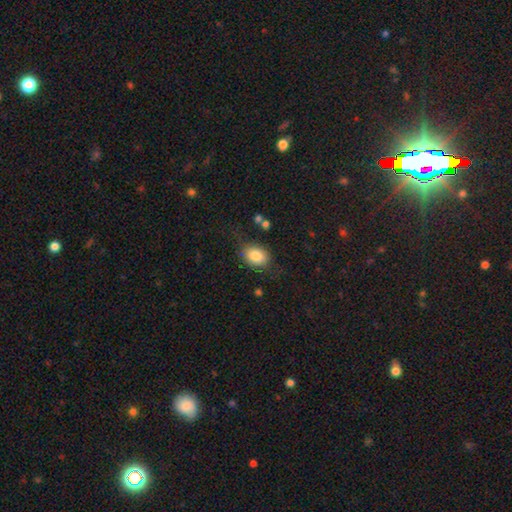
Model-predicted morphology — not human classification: This appears to be a smooth galaxy with no disk features (83%) that is in between round and cigar-shaped (72%). Merging: none (67%).